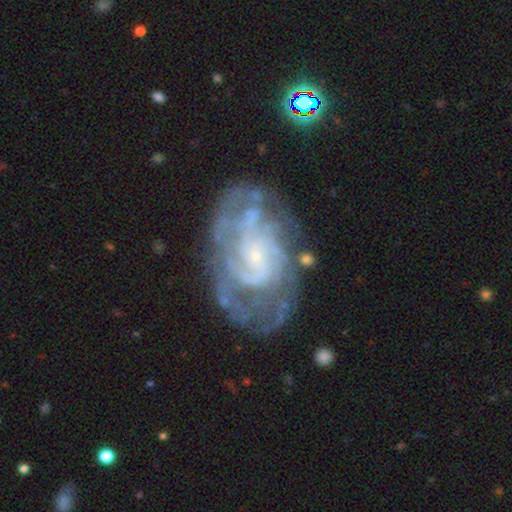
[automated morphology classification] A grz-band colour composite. It shows a featured or disk galaxy (85%) with no bar (69%), tight (58%) spiral arms (91%) and a small central bulge (83%). Merging: none (60%).